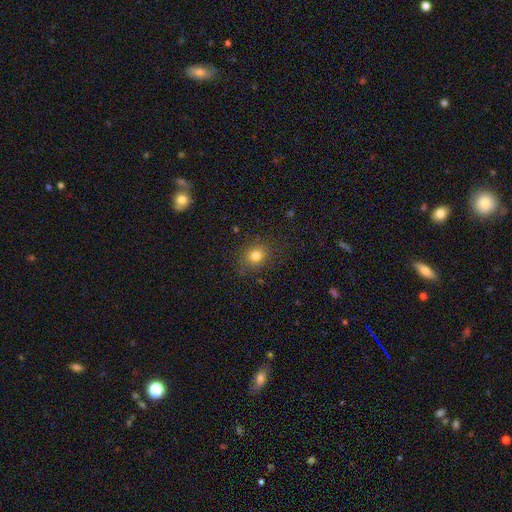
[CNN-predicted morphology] smooth_or_featured: smooth (p=0.79) [alt: star or artifact p=0.13]
how_rounded: round (p=0.71) [alt: in between p=0.28]
merging: none (p=0.84) [alt: minor disturbance p=0.11]